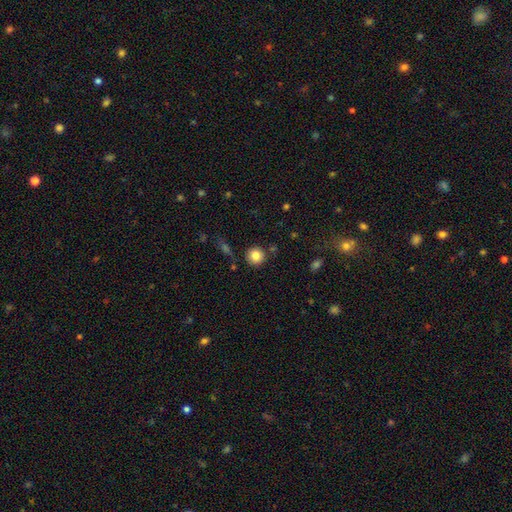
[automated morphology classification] Smooth or featured?
  - smooth: 83% *
  - star or artifact: 10%
  - featured or disk: 7%
How rounded?
  - round: 93% *
  - in between: 6%
  - cigar-shaped: 1%
Merging?
  - none: 85% *
  - minor disturbance: 8%
  - merger: 4%
  - major disturbance: 3%